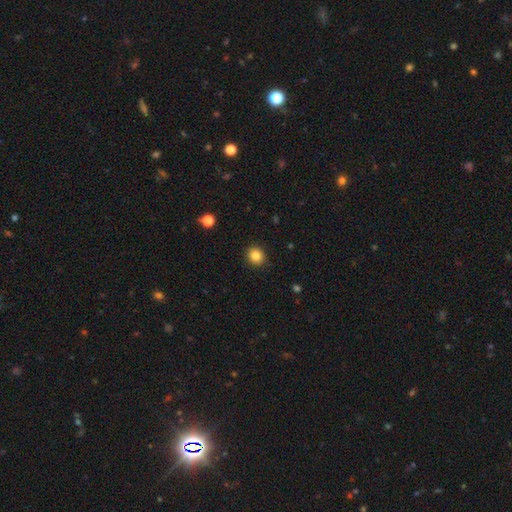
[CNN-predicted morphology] A smooth galaxy with no disk features (85%) that is round (80%).

Vote fractions:
- Smooth or featured? smooth: 85% / star or artifact: 11% / featured or disk: 5%
- How rounded? round: 80% / in between: 19% / cigar-shaped: 1%
- Merging? none: 90% / minor disturbance: 7% / major disturbance: 2% / merger: 1%